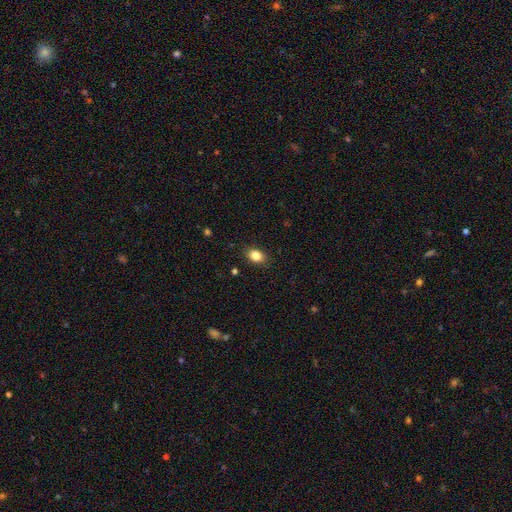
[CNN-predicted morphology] smooth_or_featured: smooth (p=0.85) [alt: star or artifact p=0.10]
how_rounded: in between (p=0.73) [alt: round p=0.26]
merging: none (p=0.88) [alt: minor disturbance p=0.09]